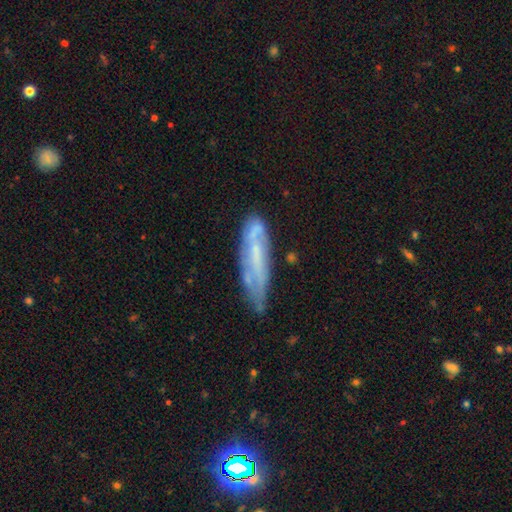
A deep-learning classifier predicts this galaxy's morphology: The model was most divided on "smooth or featured": featured or disk: 56%, smooth: 36%, star or artifact: 8%. More confident: edge-on disk — no (63%); merging — none (55%).